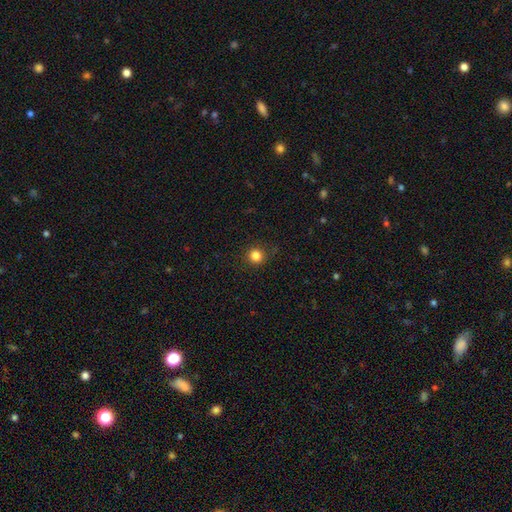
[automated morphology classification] This is clearly a smooth galaxy (84%). How rounded: clearly round (93%). Merging: clearly none (89%).